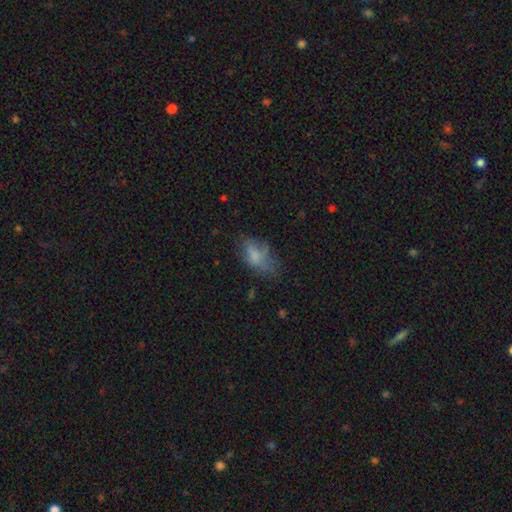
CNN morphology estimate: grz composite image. It shows a smooth galaxy with no disk features (61%) that is in between round and cigar-shaped (87%). Merging: none (39%).